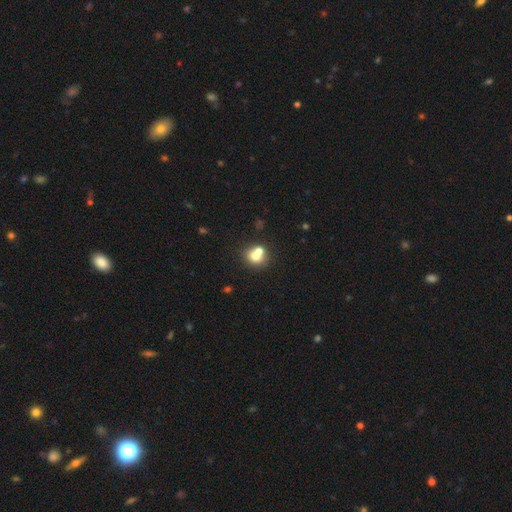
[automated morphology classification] This is likely a smooth galaxy (69%). How rounded: clearly round (81%). Merging: marginally none (45%).